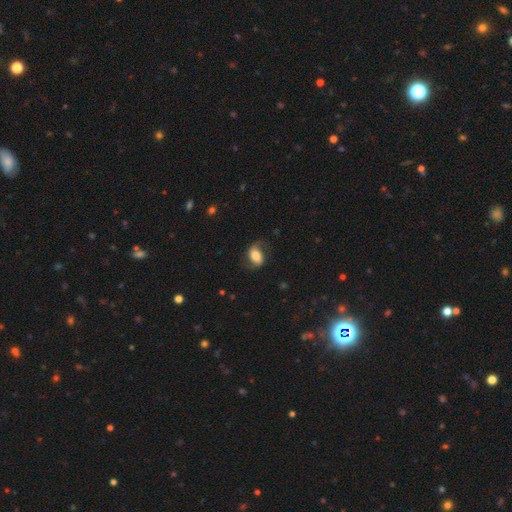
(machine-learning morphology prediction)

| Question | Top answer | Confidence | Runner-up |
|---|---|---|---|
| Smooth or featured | smooth | 46% | tied: featured or disk (46%) |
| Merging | none | 64% | minor disturbance (22%) |